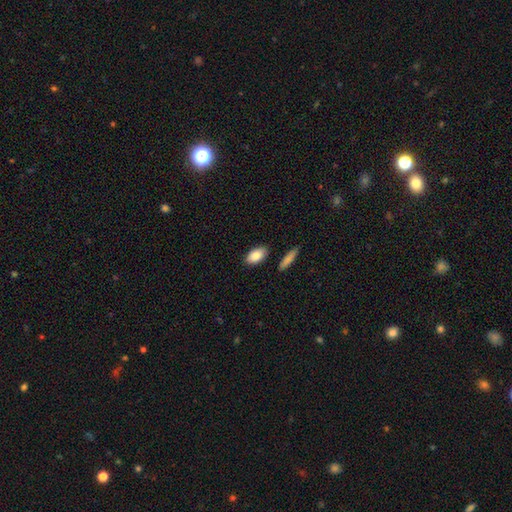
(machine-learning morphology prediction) This appears to be a smooth galaxy with no disk features (86%) that is in between round and cigar-shaped (91%). Merging: none (84%).